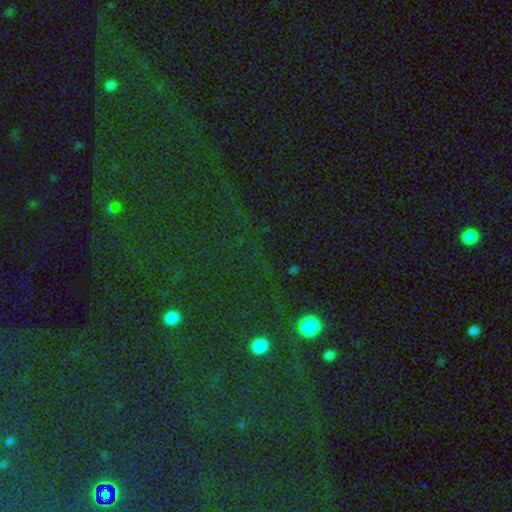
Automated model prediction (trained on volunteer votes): star or artifact 80%, smooth 13%, featured or disk 8%.